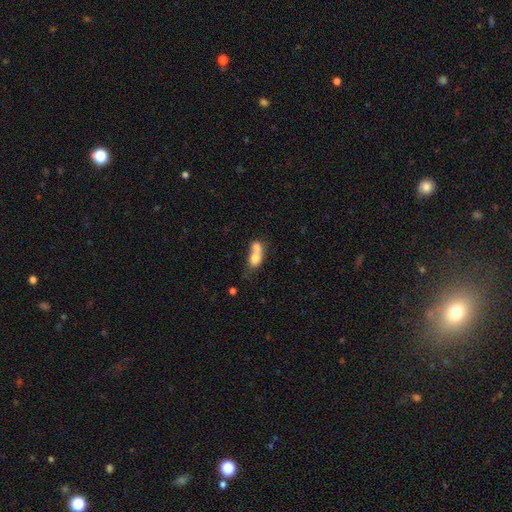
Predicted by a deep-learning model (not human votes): Morphology: type=smooth (71%); roundness=in between (58%); merging=merger (73%).